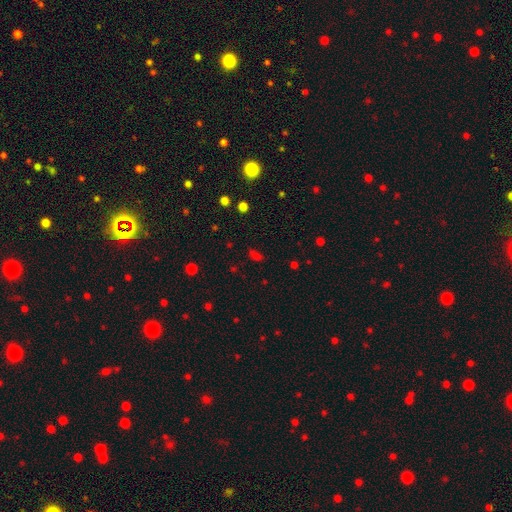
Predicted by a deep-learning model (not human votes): smooth 57%, star or artifact 36%, featured or disk 8%. Down the decision tree: how rounded — in between (76%); merging — none (68%).